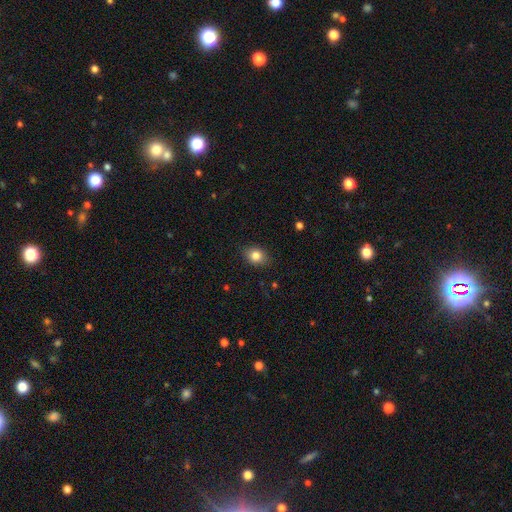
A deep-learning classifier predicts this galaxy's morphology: Smooth or featured? Predicted: smooth (p=0.83). How rounded? Predicted: in between (p=0.55). Merging? Predicted: none (p=0.87).